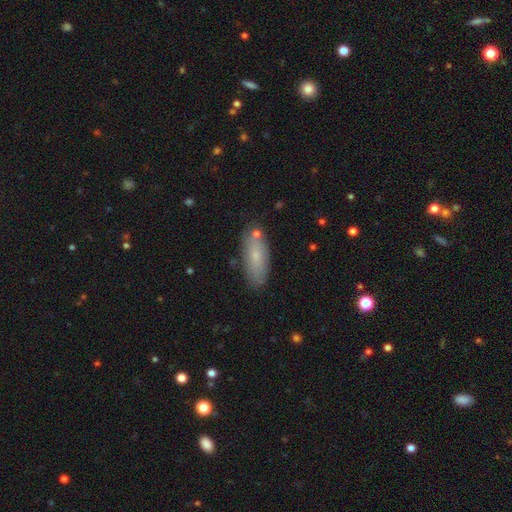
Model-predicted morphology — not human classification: smooth 73%, featured or disk 19%, star or artifact 8%. Down the decision tree: how rounded — in between (68%); merging — none (79%).